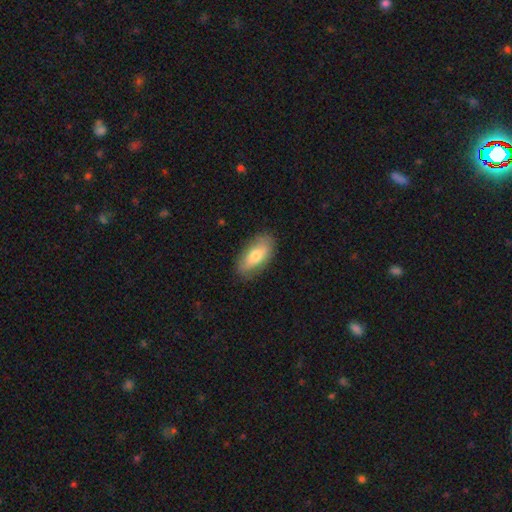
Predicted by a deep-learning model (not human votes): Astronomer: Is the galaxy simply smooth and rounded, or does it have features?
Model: smooth — 72%.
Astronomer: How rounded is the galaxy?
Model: in between — 88%.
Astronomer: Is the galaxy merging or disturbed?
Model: none — 84%.